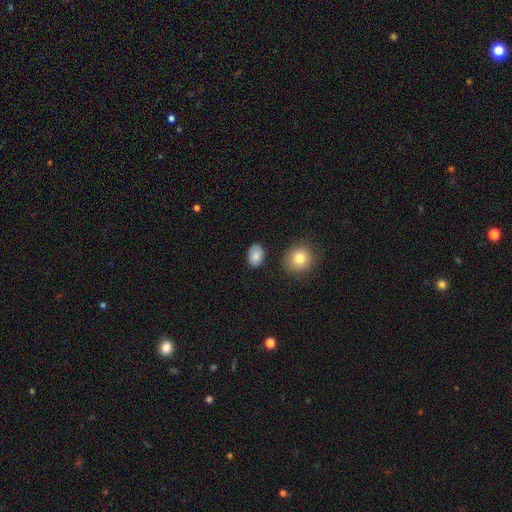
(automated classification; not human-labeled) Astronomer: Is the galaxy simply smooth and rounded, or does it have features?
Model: smooth — 86%.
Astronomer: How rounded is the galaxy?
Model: in between — 82%.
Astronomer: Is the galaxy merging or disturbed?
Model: none — 85%.